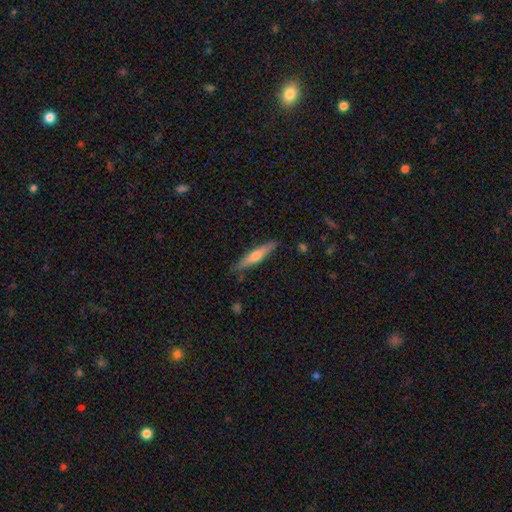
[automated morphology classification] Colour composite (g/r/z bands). It shows a smooth galaxy with no disk features (51%) that is cigar-shaped (89%). Merging: none (85%).